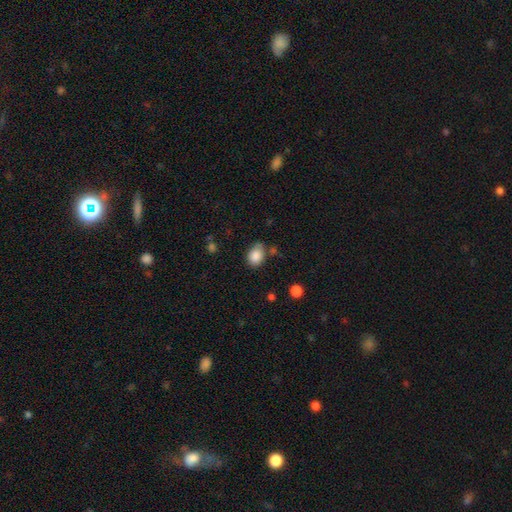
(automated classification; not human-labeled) A smooth galaxy with no disk features (86%) that is in between round and cigar-shaped (62%).

Vote fractions:
- Smooth or featured? smooth: 86% / star or artifact: 9% / featured or disk: 5%
- How rounded? in between: 62% / round: 37% / cigar-shaped: 1%
- Merging? none: 65% / minor disturbance: 22% / merger: 8% / major disturbance: 5%